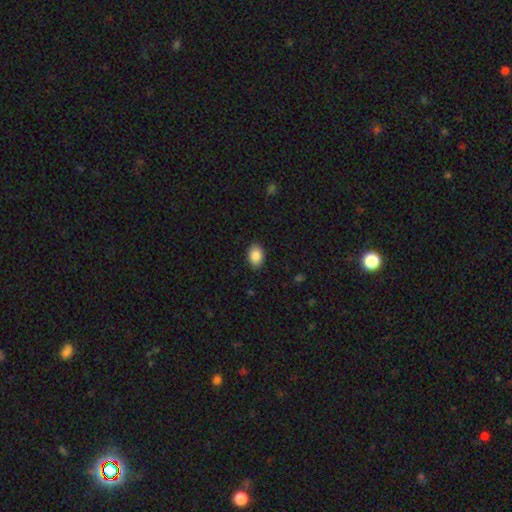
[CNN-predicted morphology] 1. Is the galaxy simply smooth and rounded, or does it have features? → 88% smooth, 8% star or artifact, 4% featured or disk.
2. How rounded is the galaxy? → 81% in between, 18% round, 1% cigar-shaped.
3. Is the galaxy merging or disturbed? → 88% none, 9% minor disturbance, 2% major disturbance, 1% merger.